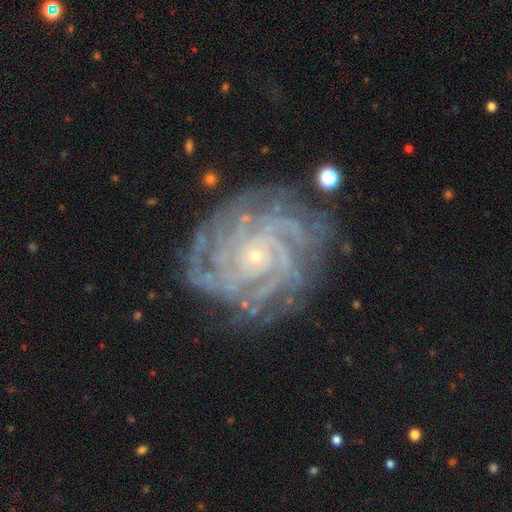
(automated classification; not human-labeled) Morphology: type=featured or disk (90%); edge-on=no (97%); bar=no (79%); spiral arms=yes (98%); winding=tight (79%); arm count=more than 4 (31%); bulge=small (87%); merging=none (78%).